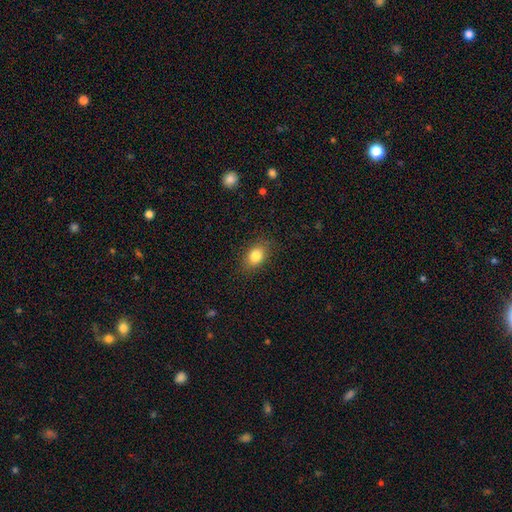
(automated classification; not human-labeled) smooth_or_featured: smooth (p=0.83) [alt: star or artifact p=0.09]
how_rounded: in between (p=0.73) [alt: round p=0.26]
merging: none (p=0.84) [alt: minor disturbance p=0.12]